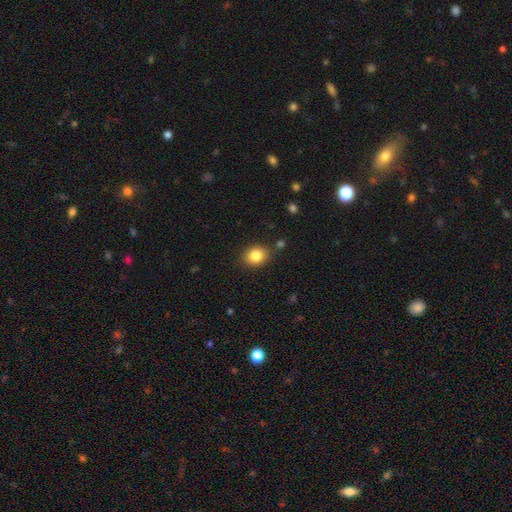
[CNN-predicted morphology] Smooth or featured? smooth (84%)
How rounded? round (52%)
Merging? none (83%)